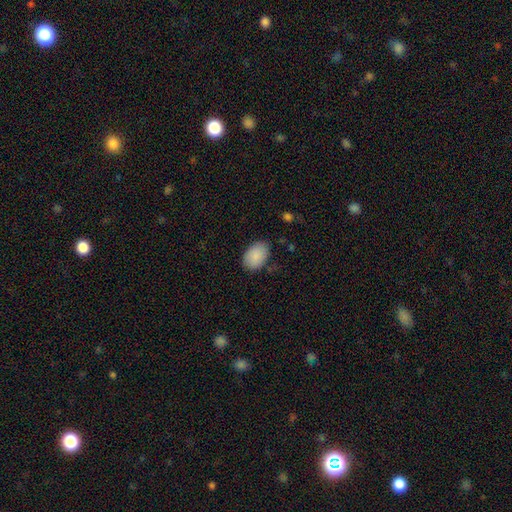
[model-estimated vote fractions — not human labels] This appears to be a smooth galaxy with no disk features (89%) that is in between round and cigar-shaped (86%). Merging: none (81%).